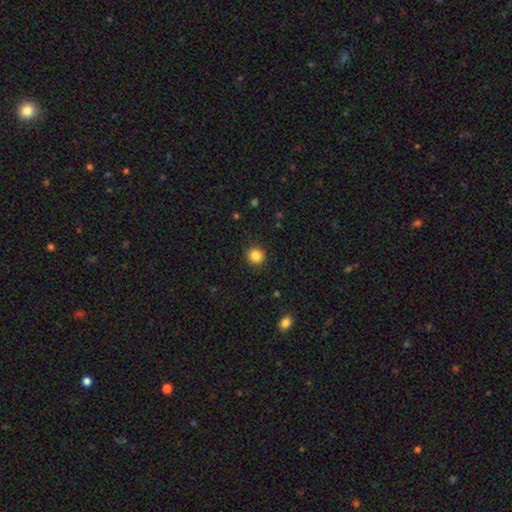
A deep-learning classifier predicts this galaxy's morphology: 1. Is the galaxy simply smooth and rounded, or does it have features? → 86% smooth, 11% star or artifact, 4% featured or disk.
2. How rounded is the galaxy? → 90% round, 9% in between, 1% cigar-shaped.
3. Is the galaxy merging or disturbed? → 89% none, 8% minor disturbance, 2% major disturbance, 1% merger.